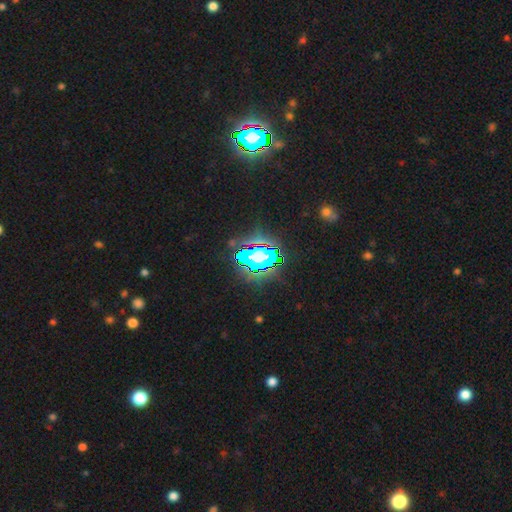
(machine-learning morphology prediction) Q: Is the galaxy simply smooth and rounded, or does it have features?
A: star or artifact — 64%.